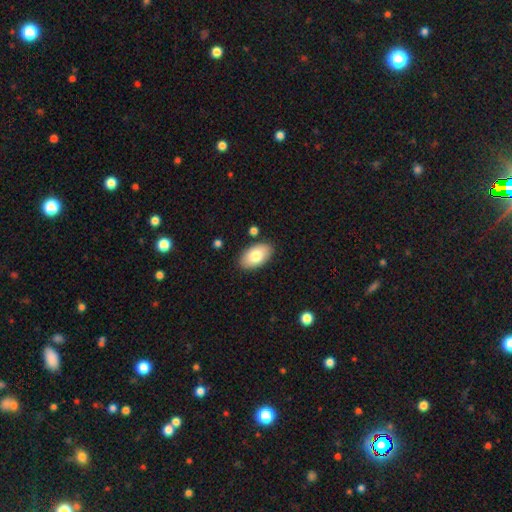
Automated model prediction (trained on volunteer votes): Smooth or featured?
  - smooth: 79% *
  - featured or disk: 15%
  - star or artifact: 6%
How rounded?
  - in between: 95% *
  - round: 4%
  - cigar-shaped: 1%
Merging?
  - none: 86% *
  - minor disturbance: 9%
  - merger: 2%
  - major disturbance: 2%